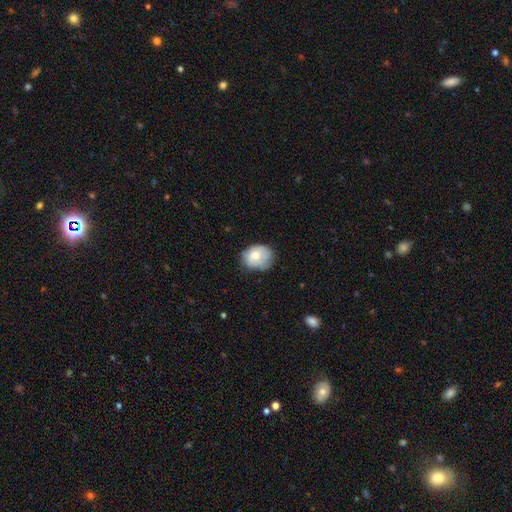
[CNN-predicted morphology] type=smooth (69%); roundness=round (51%); merging=none (53%).